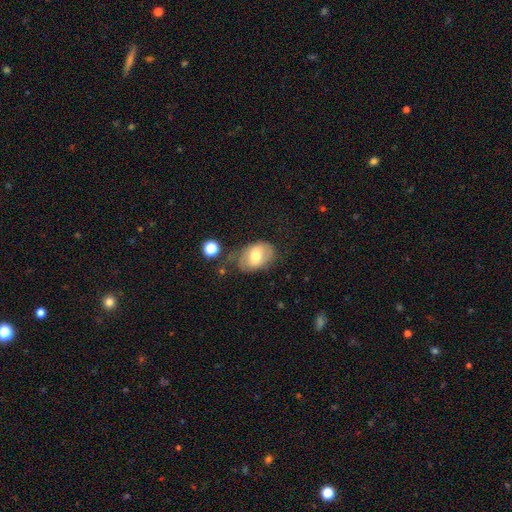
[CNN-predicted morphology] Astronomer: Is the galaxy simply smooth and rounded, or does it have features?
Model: smooth — 64%.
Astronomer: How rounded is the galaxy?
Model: in between — 79%.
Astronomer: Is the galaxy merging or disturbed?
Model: none — 50% (runner-up: minor disturbance, 30%).